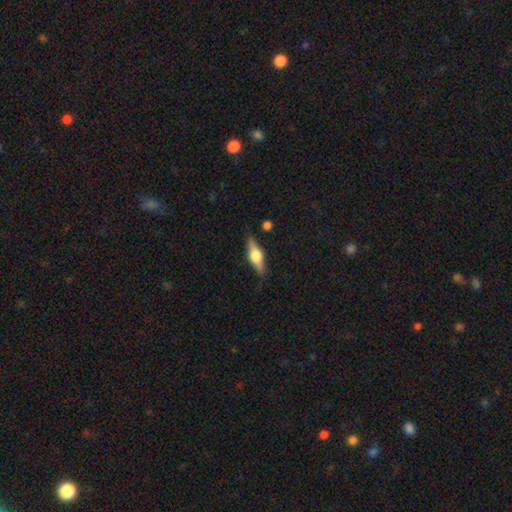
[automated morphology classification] smooth_or_featured: featured or disk (p=0.57) [alt: smooth p=0.37]
disk_edge_on: yes (p=0.94) [alt: no p=0.06]
edge_on_bulge: rounded (p=0.92) [alt: boxy p=0.06]
merging: none (p=0.84) [alt: minor disturbance p=0.11]